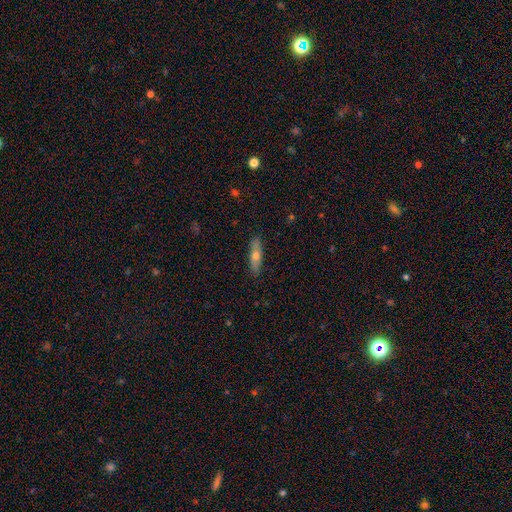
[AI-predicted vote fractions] Overall: smooth (57%; featured or disk 36%). How rounded: cigar-shaped (60%; in between 38%). Merging: none (87%).